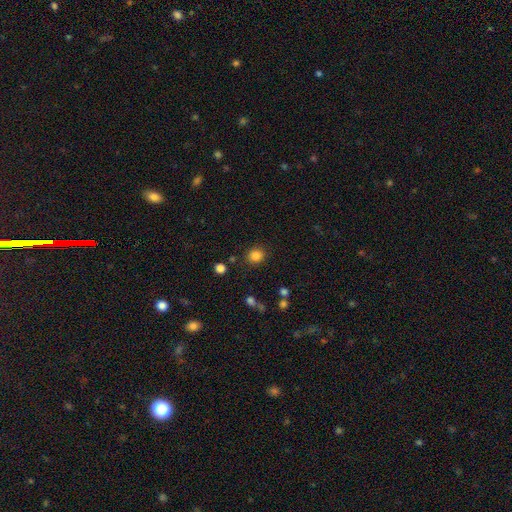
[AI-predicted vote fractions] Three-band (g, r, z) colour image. It shows a smooth galaxy with no disk features (84%) that is round (80%). Merging: none (86%).